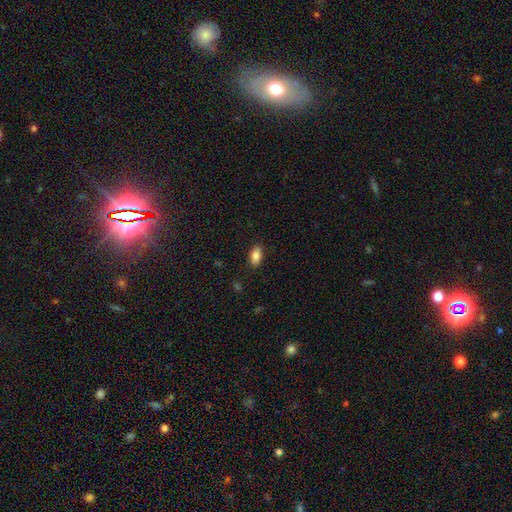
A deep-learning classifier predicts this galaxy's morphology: A smooth galaxy with no disk features (86%) that is in between round and cigar-shaped (91%). Merging: none (87%).